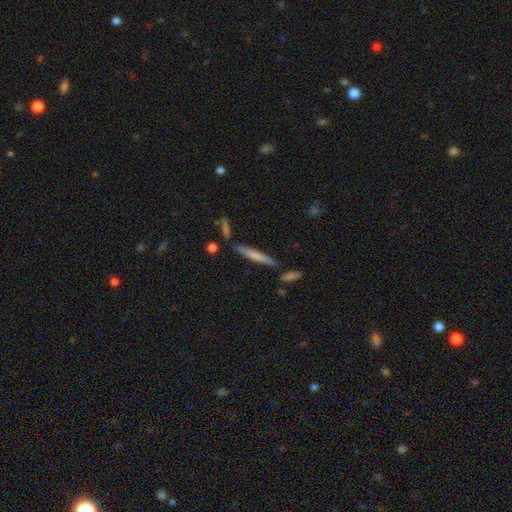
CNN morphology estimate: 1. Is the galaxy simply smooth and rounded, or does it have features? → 62% smooth, 32% featured or disk, 6% star or artifact.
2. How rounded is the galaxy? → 95% cigar-shaped, 4% in between, 1% round.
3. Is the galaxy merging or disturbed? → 81% none, 10% minor disturbance, 6% merger, 2% major disturbance.